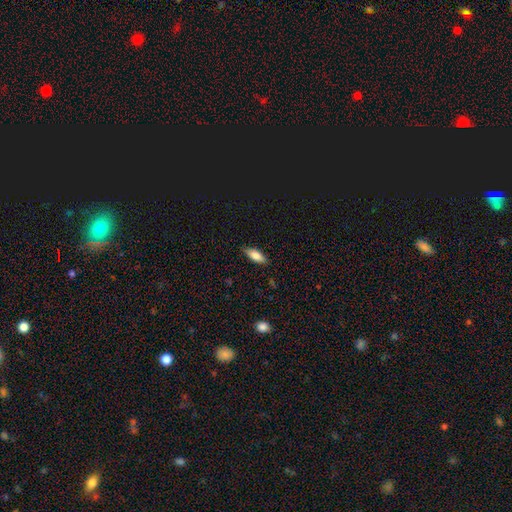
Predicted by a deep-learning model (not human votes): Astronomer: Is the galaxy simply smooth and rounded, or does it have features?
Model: smooth — 78%.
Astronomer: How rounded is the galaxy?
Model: in between — 71%.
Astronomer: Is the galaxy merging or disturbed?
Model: none — 86%.